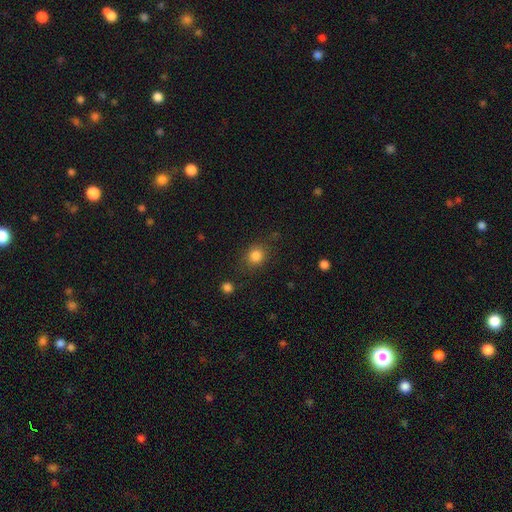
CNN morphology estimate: Overall: smooth (84%). How rounded: round (77%). Merging: none (79%).